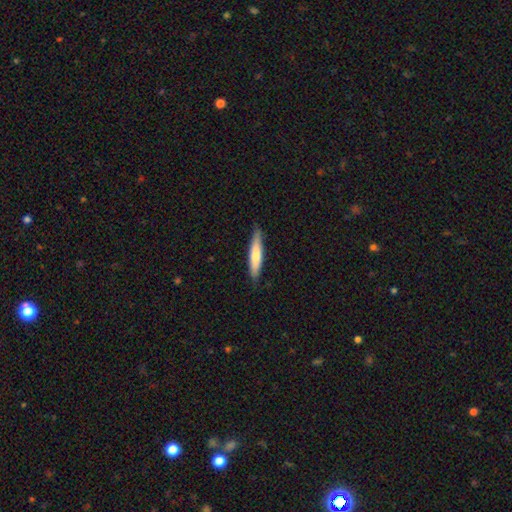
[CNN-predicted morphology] Smooth or featured: smooth — 70% (featured or disk — 25%)
How rounded: cigar-shaped — 87% (in between — 12%)
Merging: none — 84% (minor disturbance — 13%)